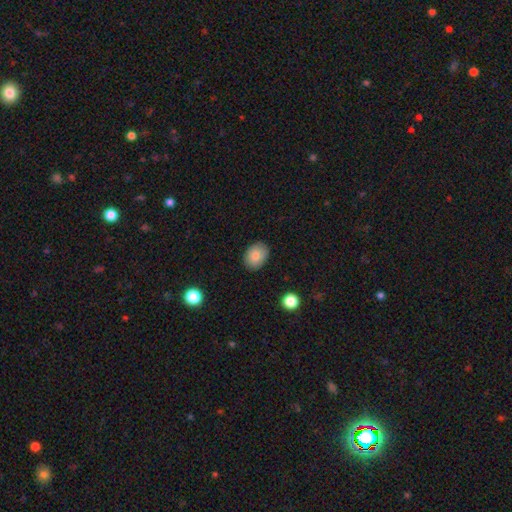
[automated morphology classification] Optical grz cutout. It shows a smooth galaxy with no disk features (84%) that is in between round and cigar-shaped (71%). Merging: none (87%).